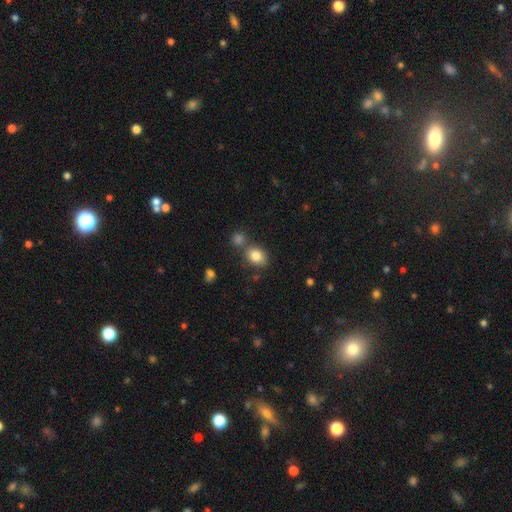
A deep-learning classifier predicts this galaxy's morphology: smooth 83%, star or artifact 9%, featured or disk 7%. Down the decision tree: how rounded — in between (60%); merging — none (60%).